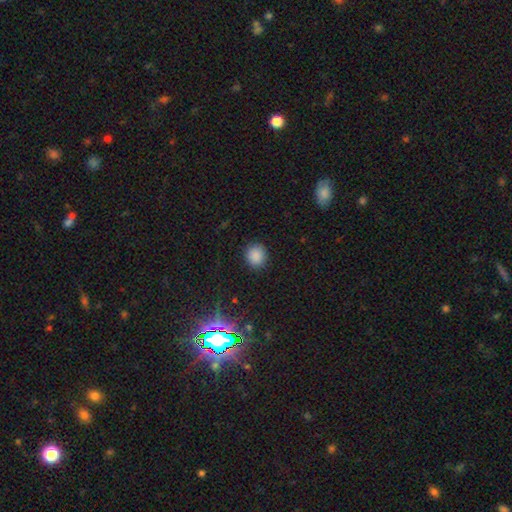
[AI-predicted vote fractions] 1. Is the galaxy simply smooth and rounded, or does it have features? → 85% smooth, 12% star or artifact, 3% featured or disk.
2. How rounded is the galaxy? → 80% round, 19% in between, 1% cigar-shaped.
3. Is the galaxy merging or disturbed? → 89% none, 8% minor disturbance, 3% major disturbance, 1% merger.